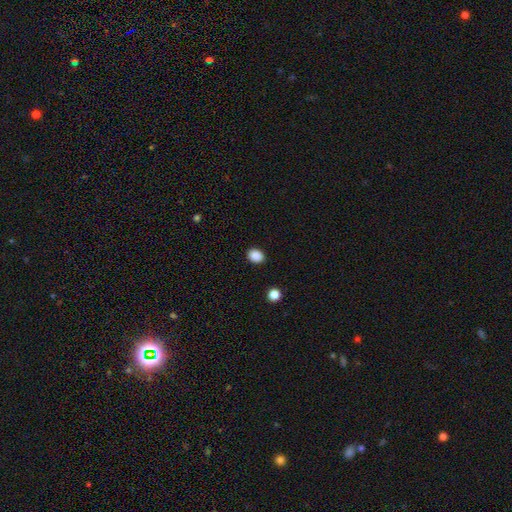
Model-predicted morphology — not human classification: smooth_or_featured: smooth (p=0.88) [alt: star or artifact p=0.09]
how_rounded: in between (p=0.61) [alt: round p=0.38]
merging: none (p=0.90) [alt: minor disturbance p=0.07]